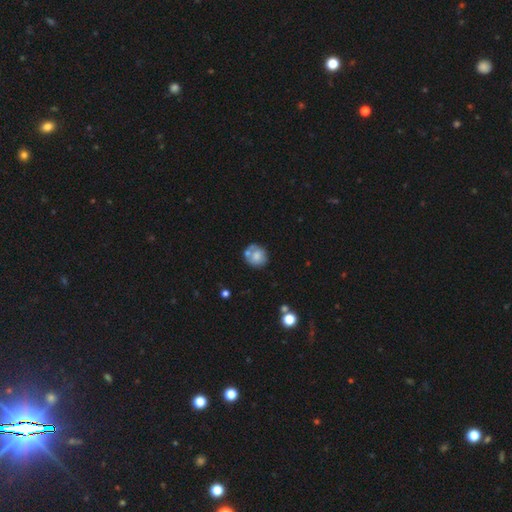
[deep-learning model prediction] smooth-or-featured: smooth: 66% | featured or disk: 25% | star or artifact: 9%
  how-rounded: round: 79% | in between: 20% | cigar-shaped: 1%
  merging: none: 51% | merger: 23% | minor disturbance: 19% | major disturbance: 7%